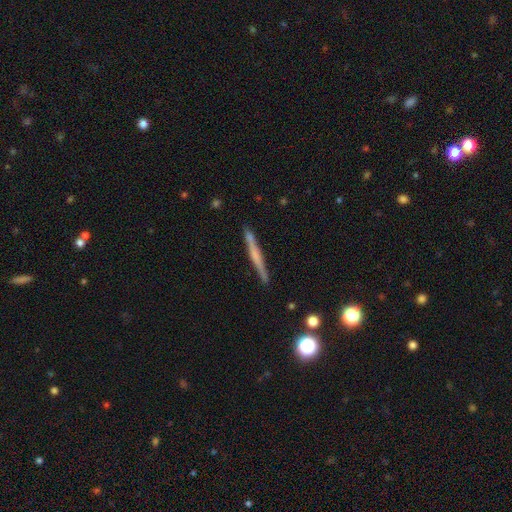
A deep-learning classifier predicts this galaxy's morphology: Smooth or featured: featured or disk — 52% (smooth — 42%)
Edge-on disk: yes — 97% (no — 3%)
Edge-on bulge: none — 50% (rounded — 31%)
Merging: none — 88% (minor disturbance — 9%)